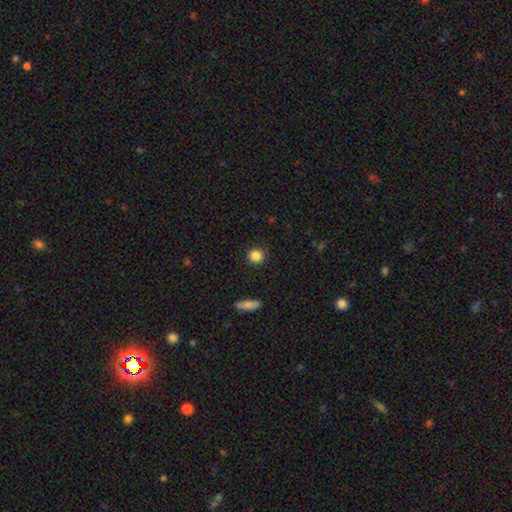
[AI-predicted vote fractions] smooth_or_featured: smooth (p=0.86) [alt: star or artifact p=0.10]
how_rounded: round (p=0.91) [alt: in between p=0.08]
merging: none (p=0.90) [alt: minor disturbance p=0.07]